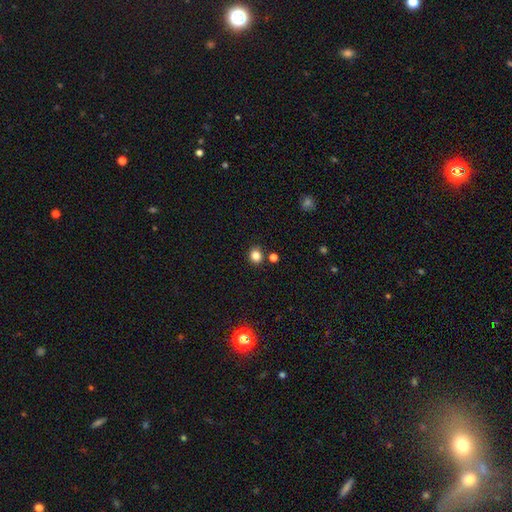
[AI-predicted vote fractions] This is clearly a smooth galaxy (83%). How rounded: likely round (77%). Merging: clearly none (84%).